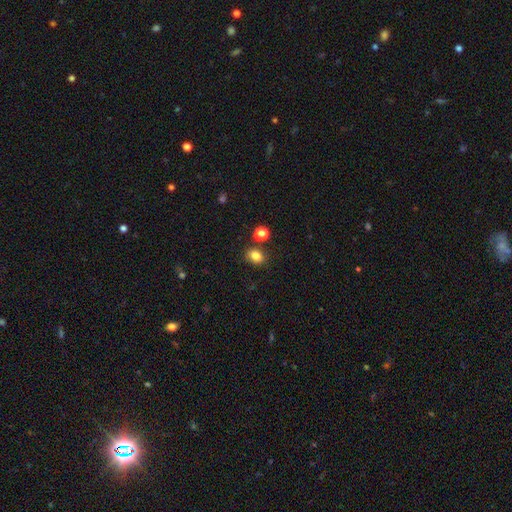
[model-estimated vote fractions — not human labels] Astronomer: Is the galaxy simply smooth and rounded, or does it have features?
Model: smooth — 83%.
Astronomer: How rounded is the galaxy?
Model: in between — 57% (runner-up: round, 42%).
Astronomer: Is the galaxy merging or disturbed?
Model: none — 80%.